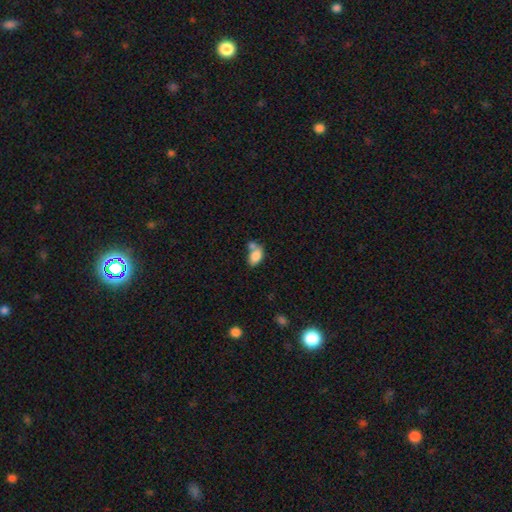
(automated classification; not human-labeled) Smooth or featured? smooth (83%)
How rounded? in between (90%)
Merging? merger (42%)